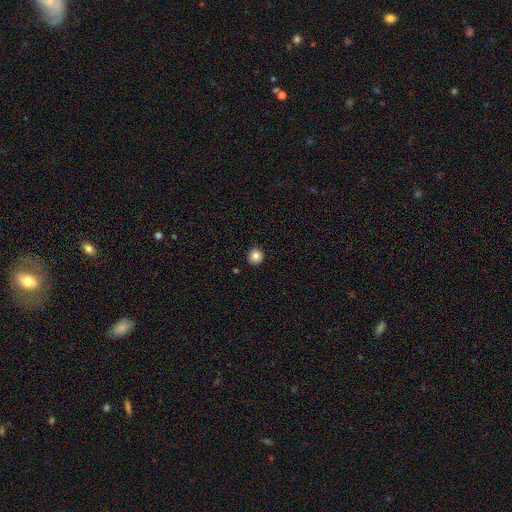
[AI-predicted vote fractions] smooth_or_featured: smooth (p=0.82) [alt: star or artifact p=0.10]
how_rounded: round (p=0.94) [alt: in between p=0.05]
merging: none (p=0.91) [alt: minor disturbance p=0.06]